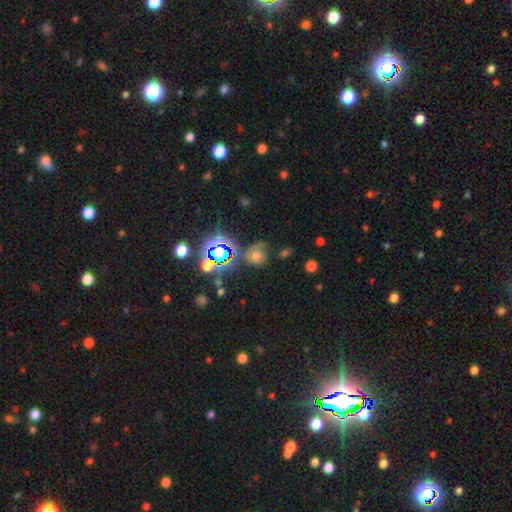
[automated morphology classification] Smooth or featured? Predicted: smooth (p=0.55). How rounded? Predicted: round (p=0.74). Merging? Predicted: none (p=0.54).